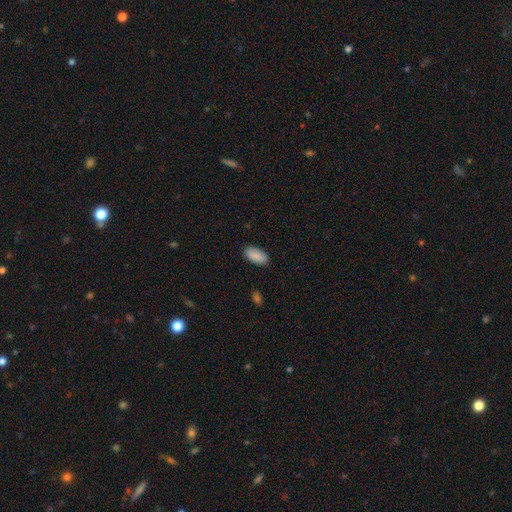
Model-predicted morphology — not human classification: This appears to be a smooth galaxy with no disk features (89%) that is in between round and cigar-shaped (95%). Merging: none (88%).